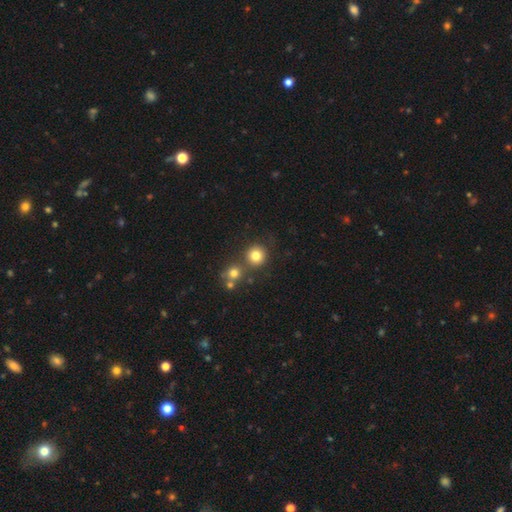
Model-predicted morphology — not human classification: This is likely a smooth galaxy (79%). How rounded: clearly round (92%). Merging: likely none (71%).